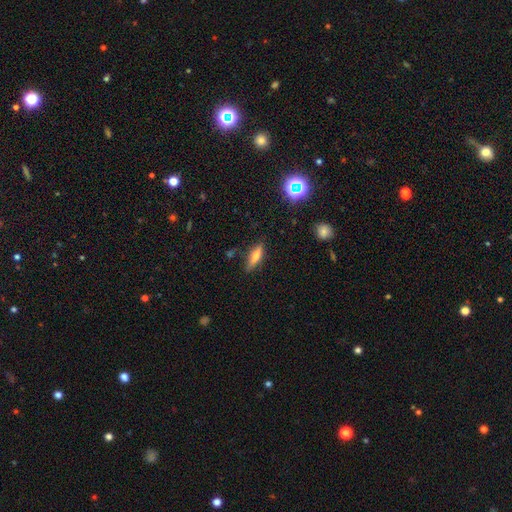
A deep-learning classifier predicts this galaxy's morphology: Smooth or featured? Predicted: smooth (p=0.52). How rounded? Predicted: cigar-shaped (p=0.62). Merging? Predicted: none (p=0.79).